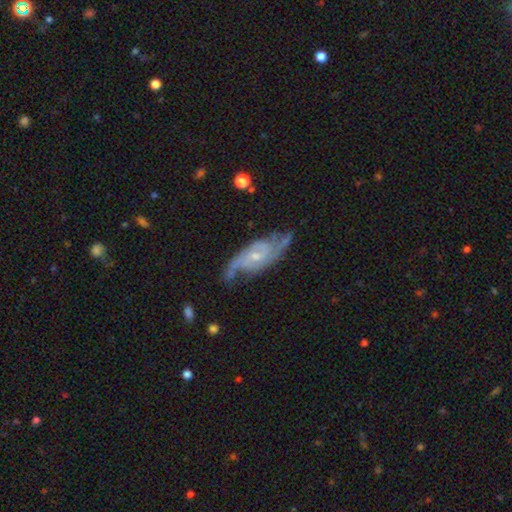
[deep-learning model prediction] Smooth or featured?
  - featured or disk: 87% *
  - smooth: 8%
  - star or artifact: 5%
Edge-on disk?
  - no: 92% *
  - yes: 8%
Bar?
  - no: 55% *
  - weak: 37%
  - strong: 9%
Spiral arms?
  - yes: 97% *
  - no: 3%
Spiral winding?
  - medium: 47% *
  - tight: 28%
  - loose: 24%
Spiral arm count?
  - 2: 78% *
  - 3: 8%
  - can't tell: 7%
  - 4: 2%
  - 1: 2%
  - more than 4: 2%
Bulge size?
  - small: 64% *
  - moderate: 31%
  - none: 3%
  - large: 1%
  - dominant: 1%
Merging?
  - none: 68% *
  - minor disturbance: 22%
  - major disturbance: 8%
  - merger: 2%